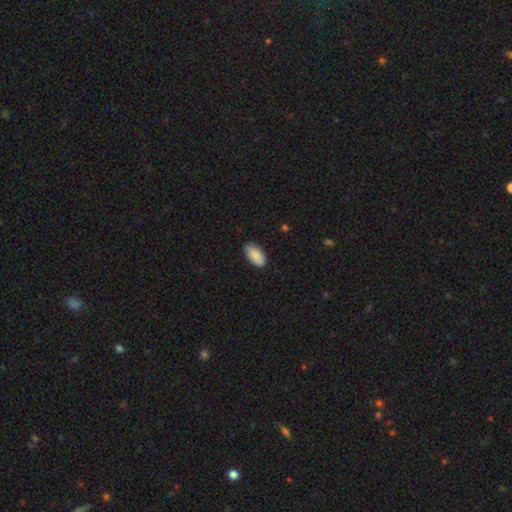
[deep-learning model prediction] Q: Smooth or featured?
A: smooth (89%); runner-up: star or artifact (6%)
Q: How rounded?
A: in between (95%); runner-up: cigar-shaped (3%)
Q: Merging?
A: none (85%); runner-up: minor disturbance (12%)